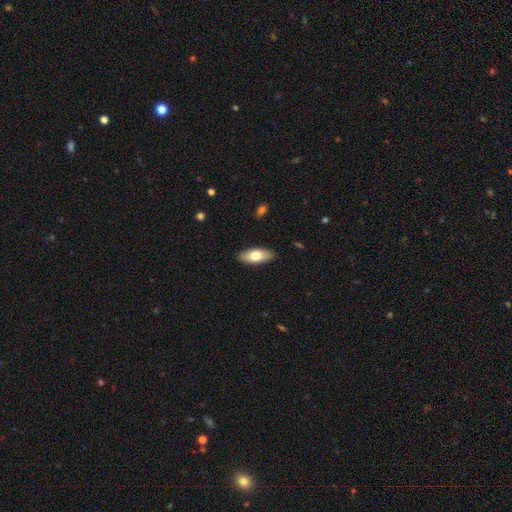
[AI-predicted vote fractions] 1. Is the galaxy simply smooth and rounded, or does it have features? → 72% smooth, 22% featured or disk, 6% star or artifact.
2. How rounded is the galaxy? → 81% in between, 16% cigar-shaped, 2% round.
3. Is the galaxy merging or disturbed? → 89% none, 8% minor disturbance, 2% major disturbance, 1% merger.